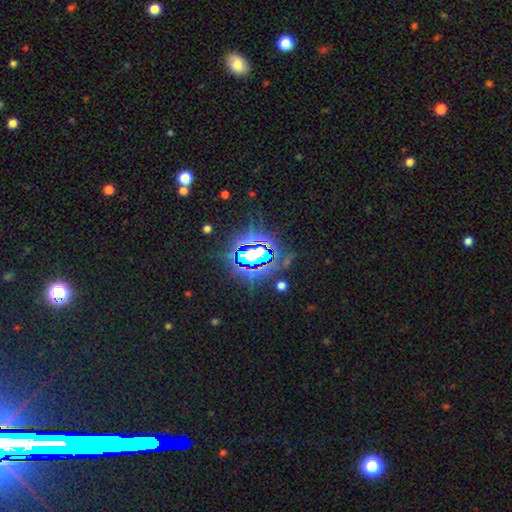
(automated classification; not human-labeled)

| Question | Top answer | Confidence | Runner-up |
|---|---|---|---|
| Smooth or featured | star or artifact | 69% | smooth (17%) |